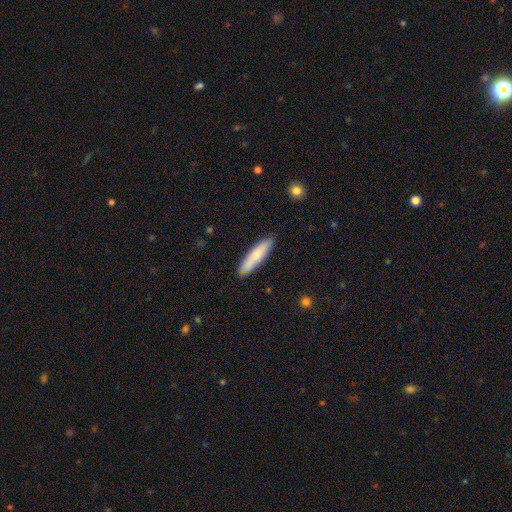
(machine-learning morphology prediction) Smooth or featured?
  - smooth: 73% *
  - featured or disk: 22%
  - star or artifact: 5%
How rounded?
  - cigar-shaped: 79% *
  - in between: 20%
  - round: 1%
Merging?
  - none: 88% *
  - minor disturbance: 10%
  - major disturbance: 2%
  - merger: 1%